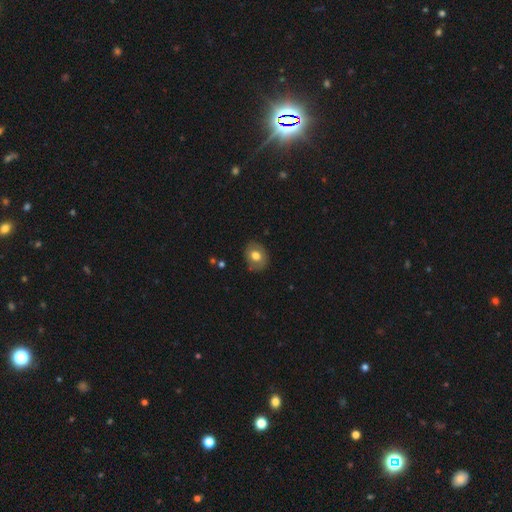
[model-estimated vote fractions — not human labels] Smooth or featured: smooth — 70% (featured or disk — 21%)
How rounded: round — 52% (in between — 47%)
Merging: none — 83% (minor disturbance — 13%)